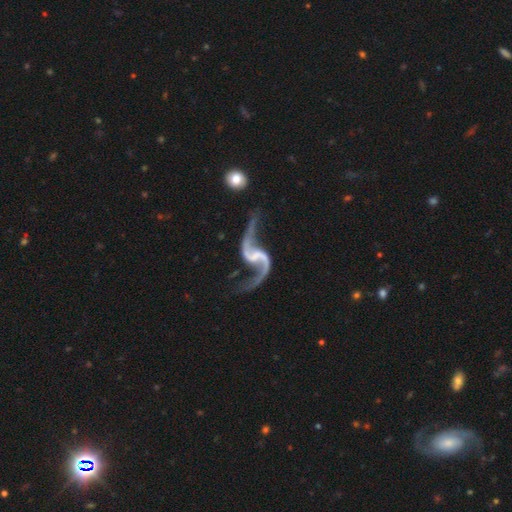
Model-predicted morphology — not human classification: smooth-or-featured: featured or disk: 93% | star or artifact: 4% | smooth: 3%
  disk-edge-on: no: 98% | yes: 2%
    bar: weak: 45% | no: 28% | strong: 27%
    has-spiral-arms: yes: 97% | no: 3%
      spiral-winding: loose: 90% | medium: 8% | tight: 2%
      spiral-arm-count: 2: 94% | 1: 2% | can't tell: 1% | 3: 1% | 4: 1% | more than 4: 1%
    bulge-size: none: 56% | small: 30% | moderate: 10% | large: 3% | dominant: 1%
  merging: none: 64% | minor disturbance: 16% | major disturbance: 14% | merger: 6%